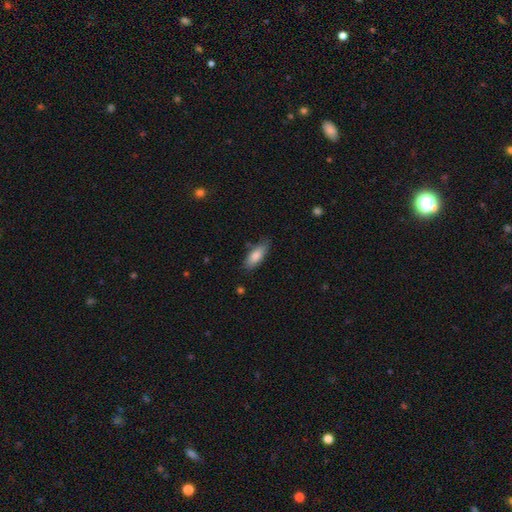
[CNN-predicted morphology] The model was most divided on "how rounded": in between: 73%, cigar-shaped: 25%, round: 2%. More confident: smooth or featured — smooth (82%); merging — none (74%).